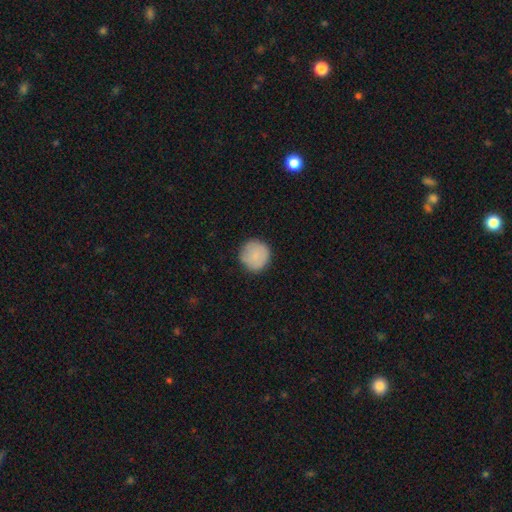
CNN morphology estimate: This appears to be a smooth galaxy with no disk features (84%) that is round (94%). Merging: none (85%).